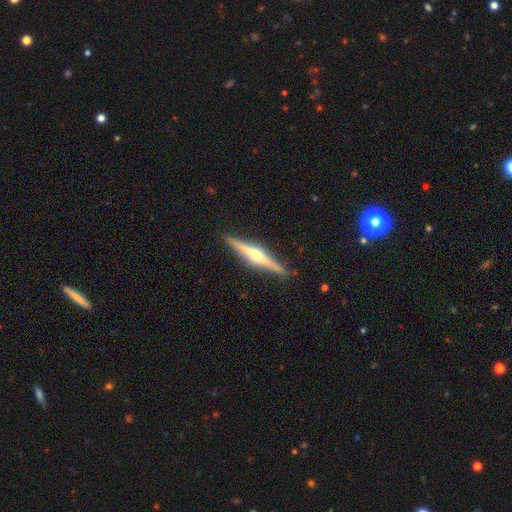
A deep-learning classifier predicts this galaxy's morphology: Smooth or featured?
  - featured or disk: 80% *
  - smooth: 16%
  - star or artifact: 5%
Edge-on disk?
  - yes: 98% *
  - no: 2%
Edge-on bulge?
  - rounded: 93% *
  - boxy: 4%
  - none: 3%
Merging?
  - none: 91% *
  - minor disturbance: 6%
  - major disturbance: 1%
  - merger: 1%